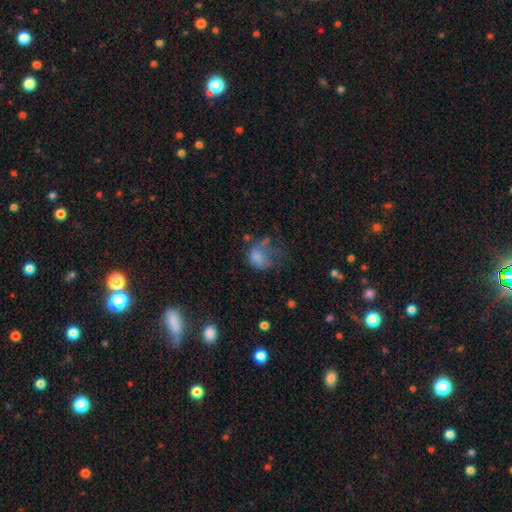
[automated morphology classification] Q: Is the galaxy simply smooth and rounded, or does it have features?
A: smooth — 50%.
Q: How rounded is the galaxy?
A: in between — 51%.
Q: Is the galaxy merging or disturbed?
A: none — 37%.